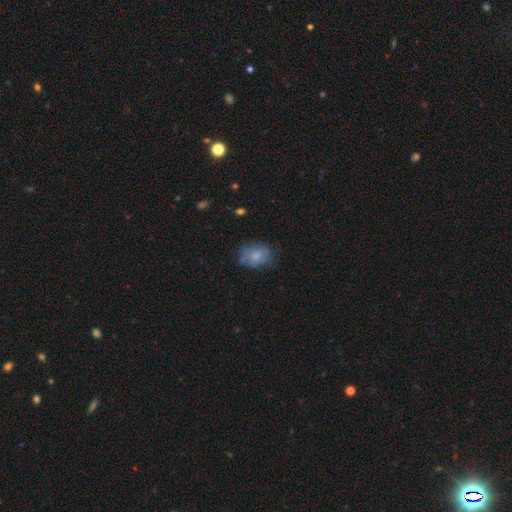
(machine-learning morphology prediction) type=smooth (65%); roundness=in between (60%); merging=none (60%).